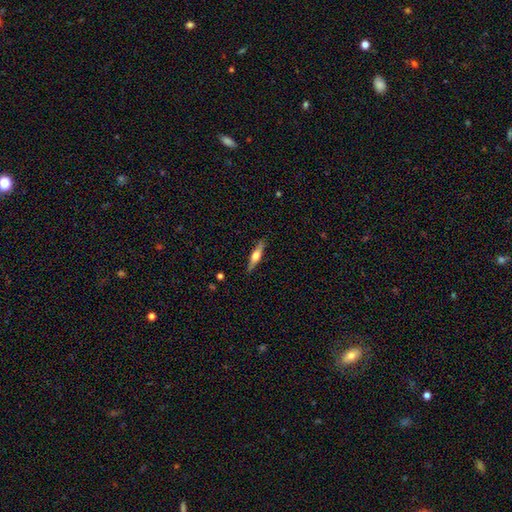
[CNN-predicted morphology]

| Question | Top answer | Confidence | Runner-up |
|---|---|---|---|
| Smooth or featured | featured or disk | 53% | smooth (41%) |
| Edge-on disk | yes | 94% | no (6%) |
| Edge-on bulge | rounded | 90% | boxy (7%) |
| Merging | none | 87% | minor disturbance (10%) |